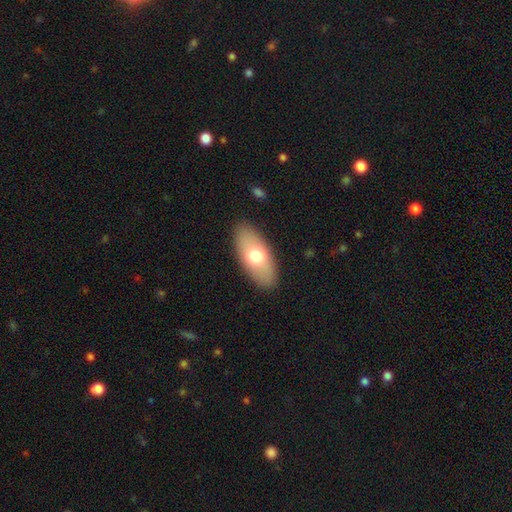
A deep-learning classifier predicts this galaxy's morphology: smooth 68%, featured or disk 26%, star or artifact 6%. Down the decision tree: how rounded — in between (89%); merging — none (87%).